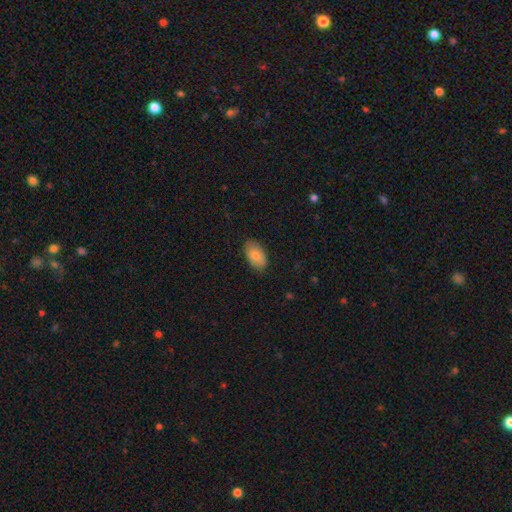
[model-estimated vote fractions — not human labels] Overall: smooth (82%). How rounded: in between (94%). Merging: none (85%).